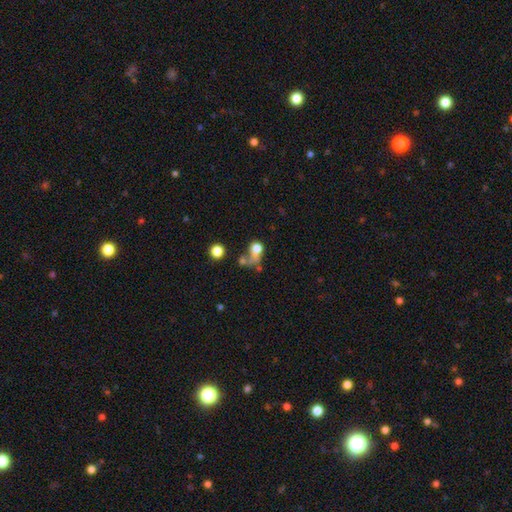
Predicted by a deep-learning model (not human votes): Q: Smooth or featured?
A: smooth (63%); runner-up: featured or disk (20%)
Q: How rounded?
A: round (63%); runner-up: in between (34%)
Q: Merging?
A: merger (35%); runner-up: none (26%)